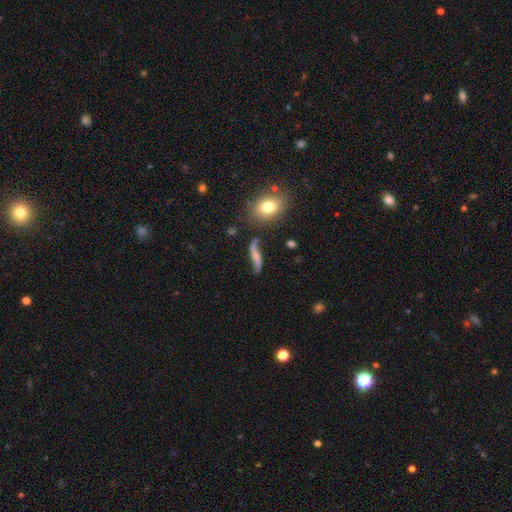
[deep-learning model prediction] Smooth or featured? featured or disk (61%)
Edge-on disk? no (78%)
Merging? none (60%)